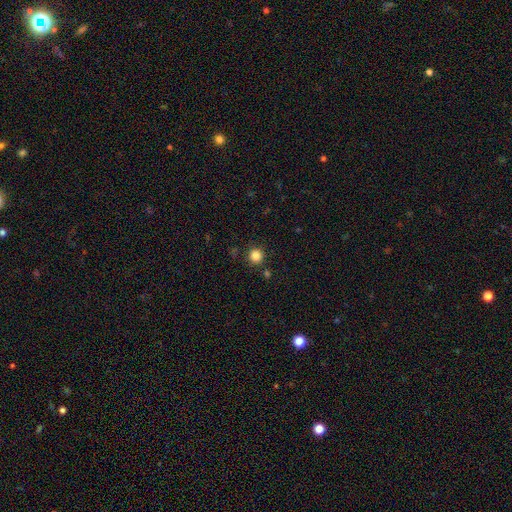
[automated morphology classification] The model was most divided on "smooth or featured": smooth: 84%, star or artifact: 12%, featured or disk: 4%. More confident: how rounded — round (95%); merging — none (89%).